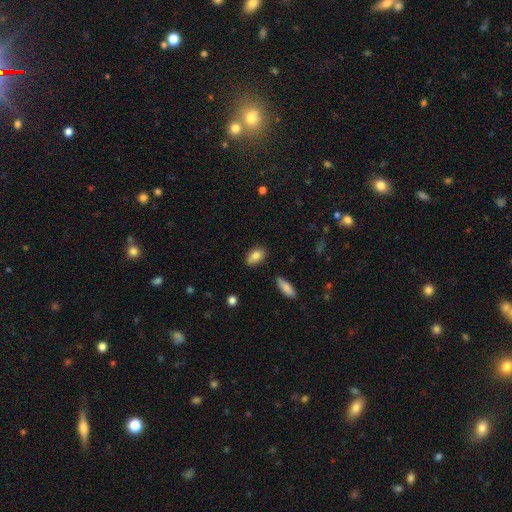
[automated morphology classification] smooth-or-featured: smooth: 83% | featured or disk: 9% | star or artifact: 8%
  how-rounded: in between: 87% | round: 10% | cigar-shaped: 3%
  merging: none: 75% | minor disturbance: 19% | major disturbance: 3% | merger: 3%